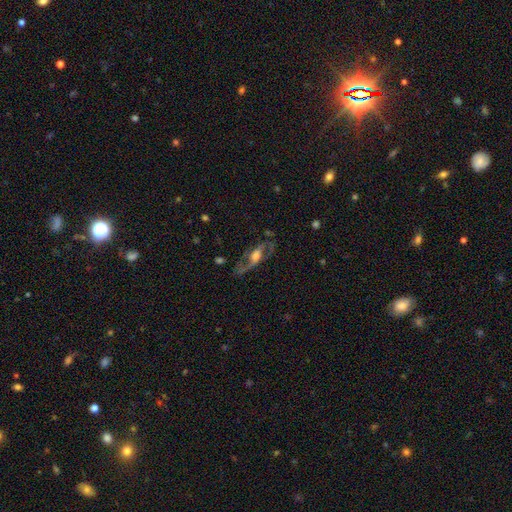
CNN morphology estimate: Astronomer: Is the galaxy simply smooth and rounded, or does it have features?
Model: featured or disk — 78%.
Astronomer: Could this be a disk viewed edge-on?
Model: no — 81%.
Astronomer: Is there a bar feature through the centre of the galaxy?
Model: no — 42% (runner-up: weak, 37%).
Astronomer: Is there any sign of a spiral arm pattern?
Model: yes — 84%.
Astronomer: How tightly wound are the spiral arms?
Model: loose — 47% (runner-up: medium, 41%).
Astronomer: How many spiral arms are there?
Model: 2 — 86%.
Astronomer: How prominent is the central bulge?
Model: moderate — 45% (runner-up: large, 32%).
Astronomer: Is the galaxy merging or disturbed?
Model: none — 65%.